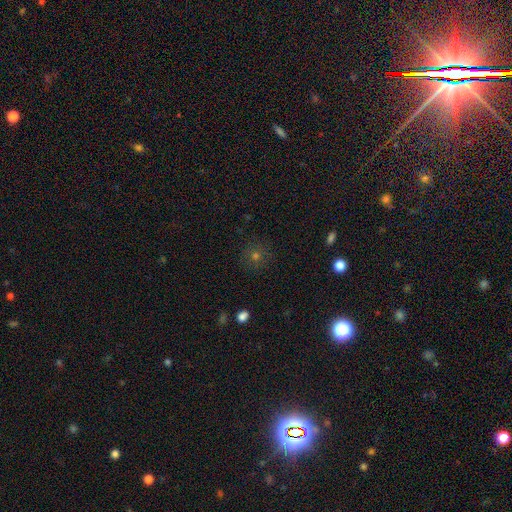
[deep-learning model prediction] A smooth galaxy with no disk features (62%) that is round (93%).

Vote fractions:
- Smooth or featured? smooth: 62% / star or artifact: 27% / featured or disk: 11%
- How rounded? round: 93% / in between: 6% / cigar-shaped: 1%
- Merging? none: 87% / minor disturbance: 9% / major disturbance: 3% / merger: 2%